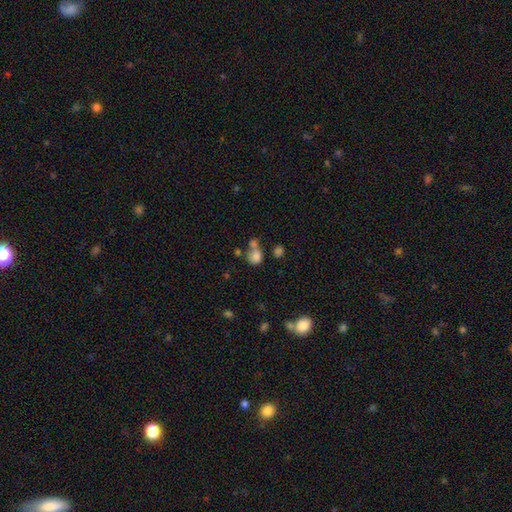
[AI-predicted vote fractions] A smooth galaxy with no disk features (77%) that is round (60%). Merging: merger (44%).